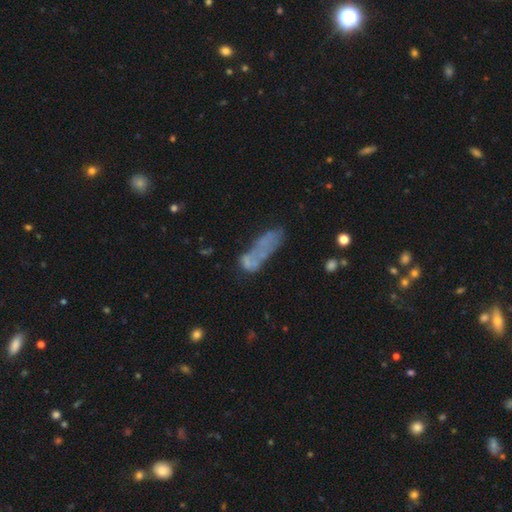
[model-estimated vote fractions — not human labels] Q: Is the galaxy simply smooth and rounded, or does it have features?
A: smooth — 47%.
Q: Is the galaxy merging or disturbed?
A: none — 39%.